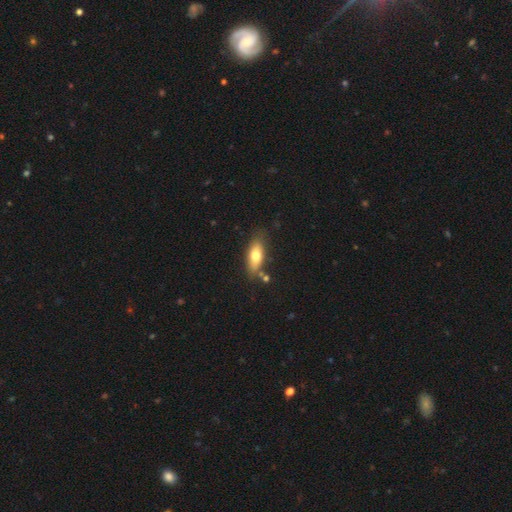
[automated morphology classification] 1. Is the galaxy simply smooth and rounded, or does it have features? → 71% smooth, 23% featured or disk, 7% star or artifact.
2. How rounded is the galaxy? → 76% in between, 21% cigar-shaped, 3% round.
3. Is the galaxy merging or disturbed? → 74% none, 16% minor disturbance, 7% merger, 4% major disturbance.